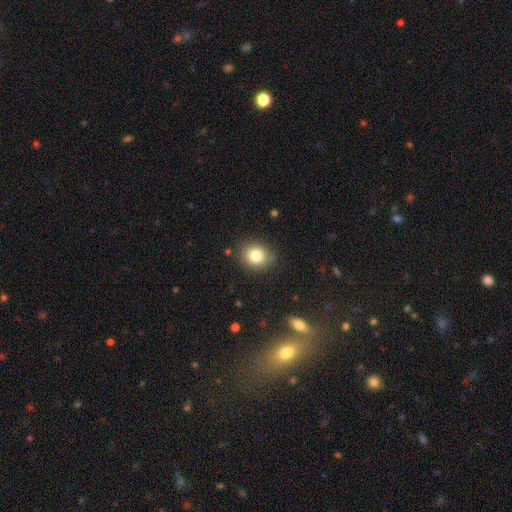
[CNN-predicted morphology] A smooth galaxy with no disk features (82%) that is round (70%). Merging: none (85%).